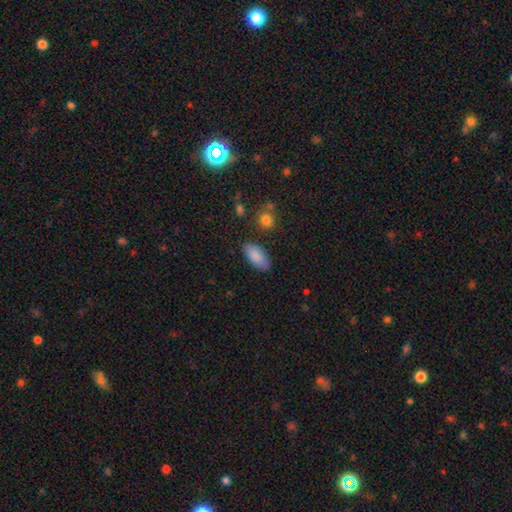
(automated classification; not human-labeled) Q: Smooth or featured?
A: smooth (87%); runner-up: featured or disk (7%)
Q: How rounded?
A: in between (91%); runner-up: cigar-shaped (6%)
Q: Merging?
A: none (82%); runner-up: minor disturbance (13%)